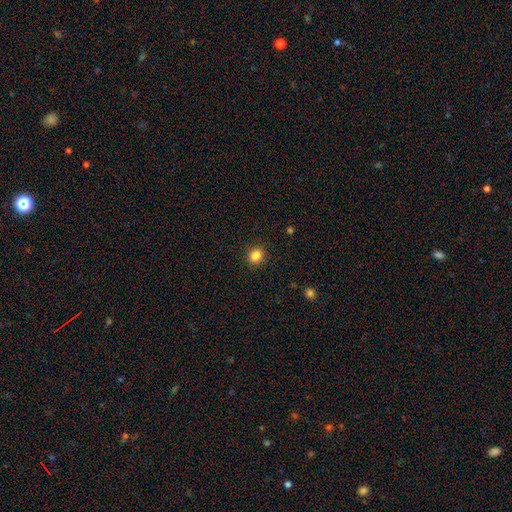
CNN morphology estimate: Q: Smooth or featured?
A: smooth (84%); runner-up: star or artifact (11%)
Q: How rounded?
A: round (83%); runner-up: in between (16%)
Q: Merging?
A: none (91%); runner-up: minor disturbance (6%)